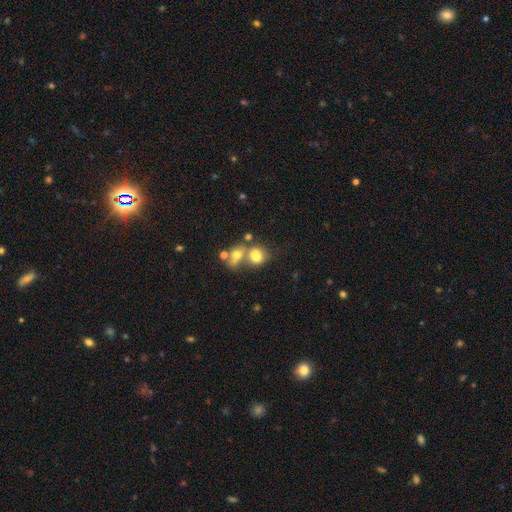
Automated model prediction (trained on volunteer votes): This is likely a smooth galaxy (70%). How rounded: possibly in between (50%). Merging: possibly merger (55%).